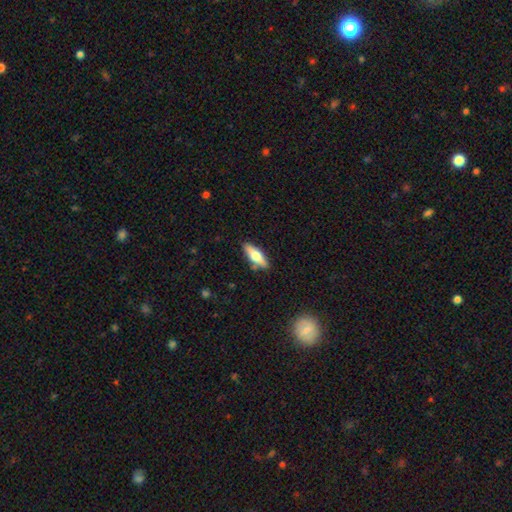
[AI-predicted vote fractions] Smooth or featured?
  - smooth: 55% *
  - featured or disk: 39%
  - star or artifact: 6%
How rounded?
  - in between: 50% *
  - cigar-shaped: 48%
  - round: 3%
Merging?
  - none: 84% *
  - minor disturbance: 11%
  - merger: 2%
  - major disturbance: 2%